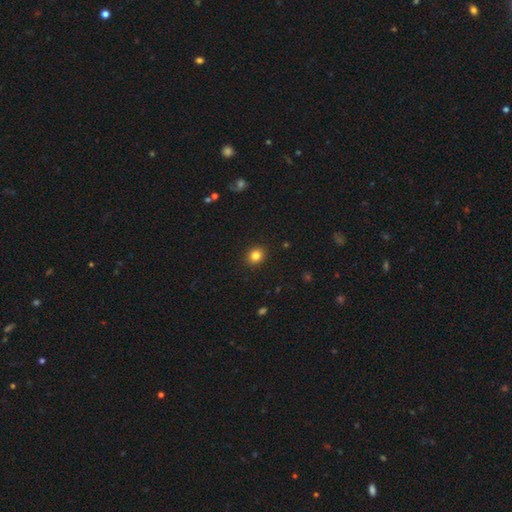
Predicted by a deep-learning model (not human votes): A smooth galaxy with no disk features (83%) that is round (72%).

Vote fractions:
- Smooth or featured? smooth: 83% / star or artifact: 11% / featured or disk: 6%
- How rounded? round: 72% / in between: 27% / cigar-shaped: 1%
- Merging? none: 91% / minor disturbance: 6% / major disturbance: 2% / merger: 1%